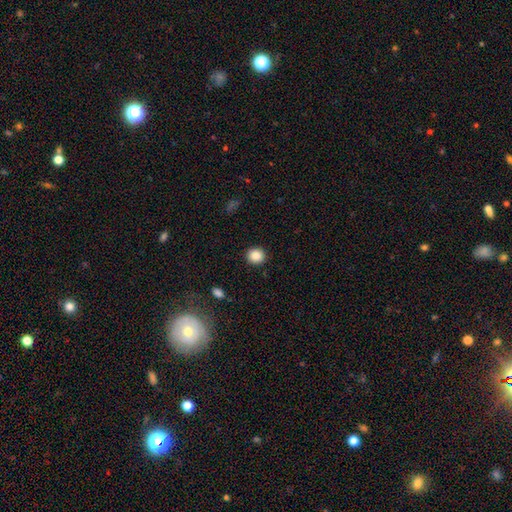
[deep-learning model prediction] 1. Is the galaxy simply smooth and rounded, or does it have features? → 87% smooth, 9% star or artifact, 3% featured or disk.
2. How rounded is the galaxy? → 85% round, 14% in between, 1% cigar-shaped.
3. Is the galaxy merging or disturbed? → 91% none, 6% minor disturbance, 2% major disturbance, 1% merger.